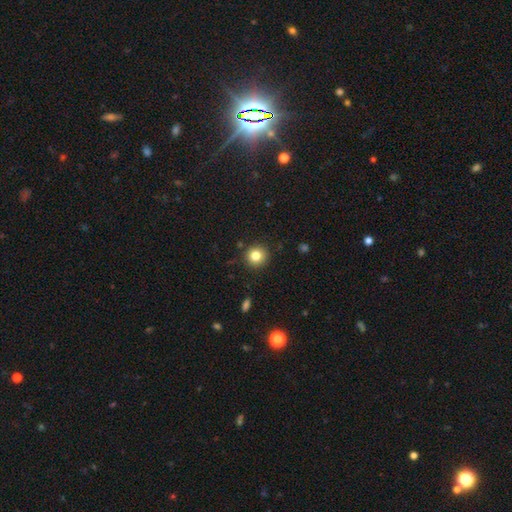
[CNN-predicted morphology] smooth-or-featured: smooth: 81% | star or artifact: 11% | featured or disk: 7%
  how-rounded: round: 93% | in between: 6% | cigar-shaped: 1%
  merging: none: 89% | minor disturbance: 7% | major disturbance: 2% | merger: 2%